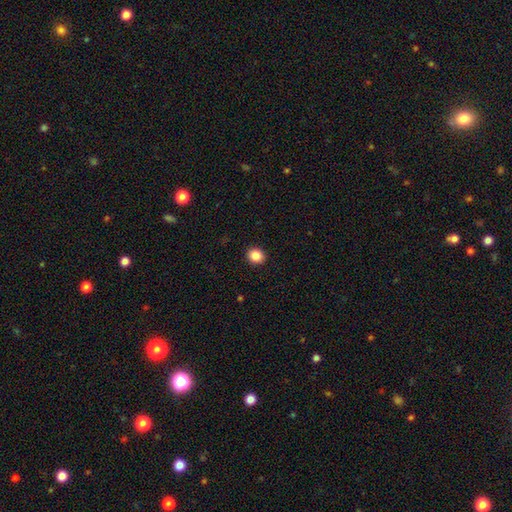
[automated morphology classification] Smooth or featured?
  - smooth: 87% *
  - star or artifact: 10%
  - featured or disk: 4%
How rounded?
  - round: 74% *
  - in between: 25%
  - cigar-shaped: 1%
Merging?
  - none: 92% *
  - minor disturbance: 5%
  - major disturbance: 2%
  - merger: 1%